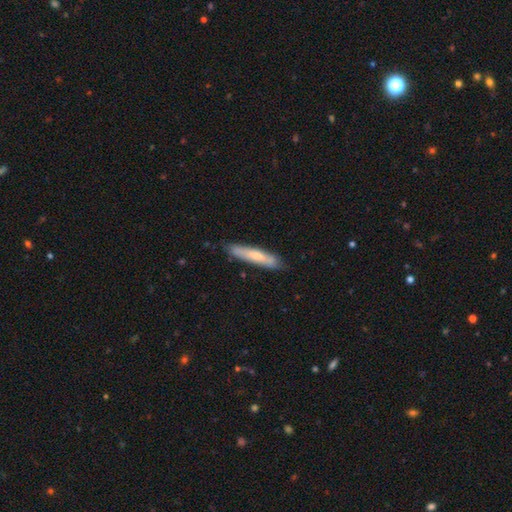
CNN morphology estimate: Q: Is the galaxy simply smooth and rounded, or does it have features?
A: smooth — 63%.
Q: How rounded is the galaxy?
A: cigar-shaped — 90%.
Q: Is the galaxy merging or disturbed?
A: none — 81%.